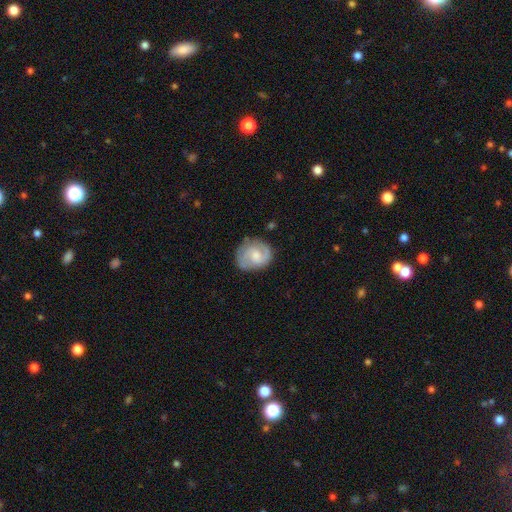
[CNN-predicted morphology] featured or disk 76%, smooth 18%, star or artifact 5%. Down the decision tree: edge-on disk — no (98%); bar — no (51%); spiral arms — yes (95%); spiral arm count — 2 (85%); spiral winding — medium (48%); bulge size — moderate (44%); merging — none (78%).